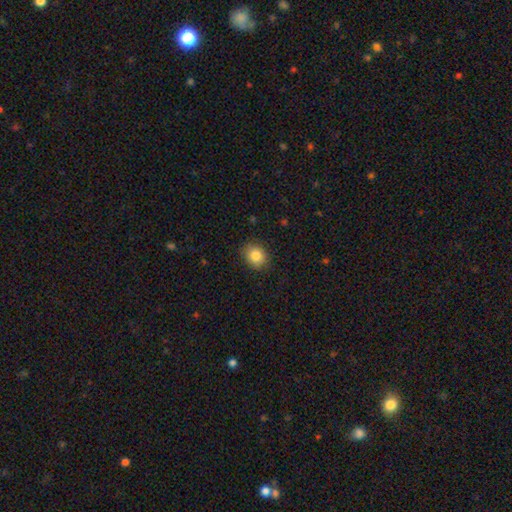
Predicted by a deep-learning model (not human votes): Smooth or featured?
  - smooth: 84% *
  - star or artifact: 9%
  - featured or disk: 7%
How rounded?
  - round: 61% *
  - in between: 38%
  - cigar-shaped: 1%
Merging?
  - none: 87% *
  - minor disturbance: 10%
  - major disturbance: 2%
  - merger: 1%